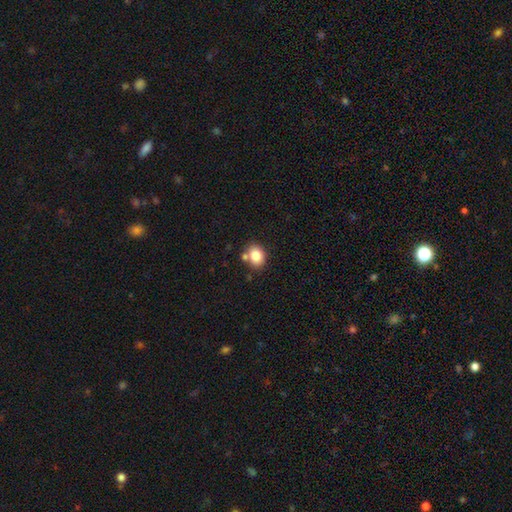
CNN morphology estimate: The model was most divided on "how rounded": round: 53%, in between: 47%, cigar-shaped: 1%. More confident: smooth or featured — smooth (83%); merging — none (70%).